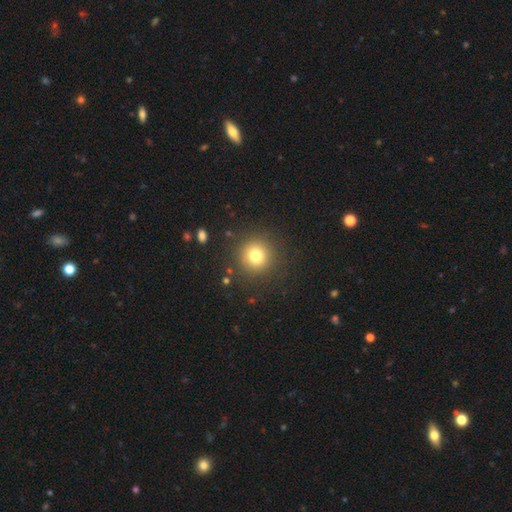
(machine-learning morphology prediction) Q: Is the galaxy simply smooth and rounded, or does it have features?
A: smooth — 77%.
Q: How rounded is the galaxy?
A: round — 94%.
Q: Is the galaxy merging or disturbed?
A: none — 88%.